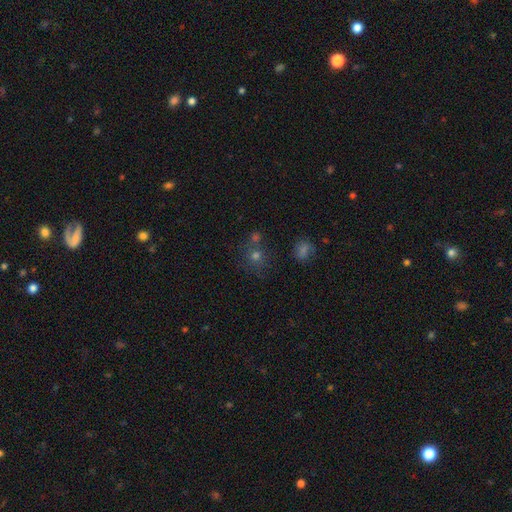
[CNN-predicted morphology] Smooth or featured?
  - smooth: 60% *
  - star or artifact: 29%
  - featured or disk: 11%
How rounded?
  - round: 87% *
  - in between: 12%
  - cigar-shaped: 1%
Merging?
  - none: 64% *
  - merger: 22%
  - minor disturbance: 9%
  - major disturbance: 4%